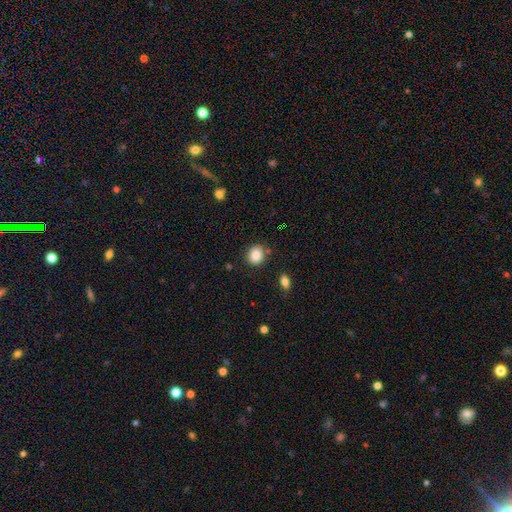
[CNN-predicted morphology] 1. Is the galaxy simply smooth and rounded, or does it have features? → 86% smooth, 9% star or artifact, 5% featured or disk.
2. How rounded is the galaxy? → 67% round, 32% in between, 1% cigar-shaped.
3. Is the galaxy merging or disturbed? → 81% none, 11% minor disturbance, 6% merger, 3% major disturbance.